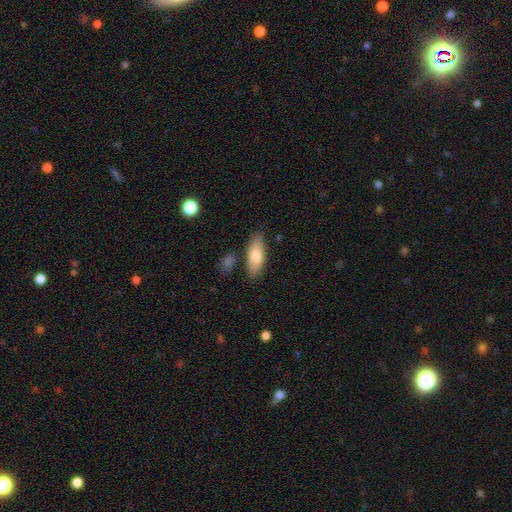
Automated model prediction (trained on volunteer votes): The model was most divided on "how rounded": in between: 76%, cigar-shaped: 22%, round: 2%. More confident: merging — none (80%); smooth or featured — smooth (78%).